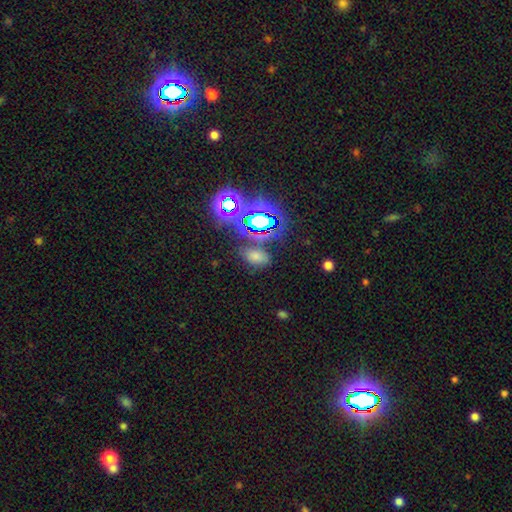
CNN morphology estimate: Smooth or featured? smooth (56%)
How rounded? in between (85%)
Merging? none (74%)